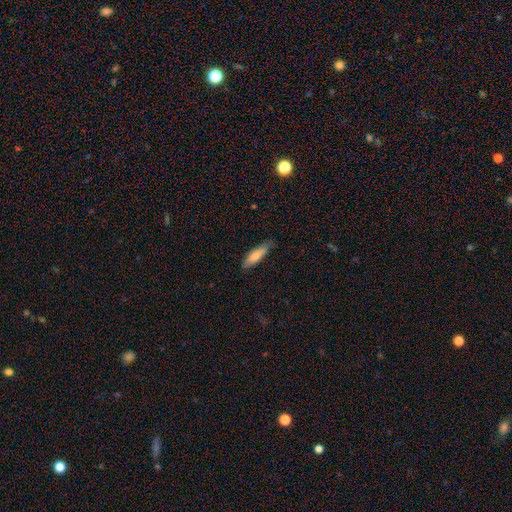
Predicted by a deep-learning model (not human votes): Morphology: type=smooth (76%); roundness=cigar-shaped (61%); merging=none (77%).